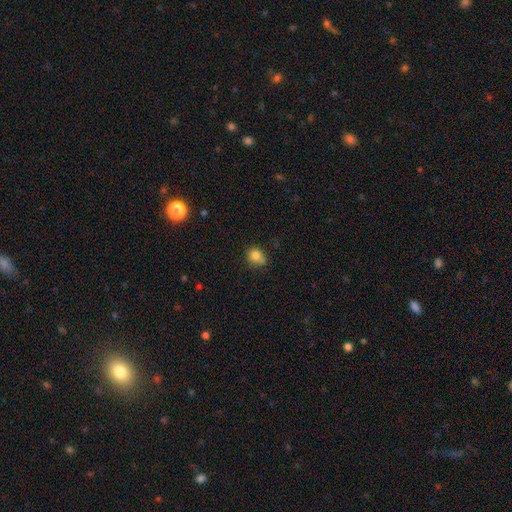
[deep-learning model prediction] smooth_or_featured: smooth (p=0.80) [alt: star or artifact p=0.11]
how_rounded: round (p=0.72) [alt: in between p=0.27]
merging: none (p=0.56) [alt: minor disturbance p=0.23]